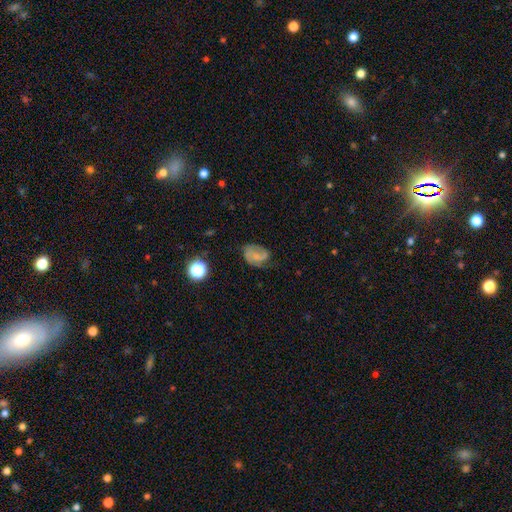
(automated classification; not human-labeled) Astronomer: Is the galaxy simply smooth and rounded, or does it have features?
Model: featured or disk — 48% (runner-up: smooth, 40%).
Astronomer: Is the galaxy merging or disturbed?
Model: none — 55%.